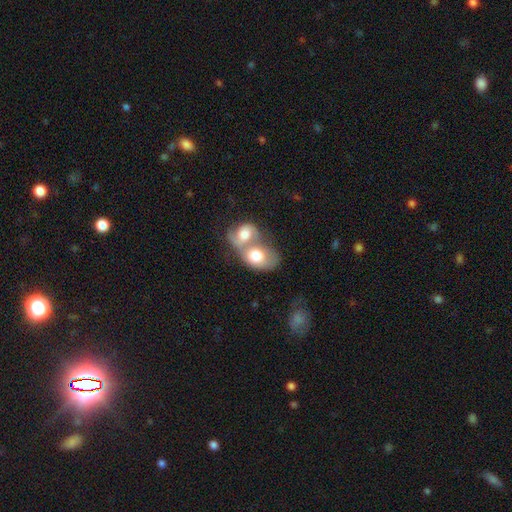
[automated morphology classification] A smooth galaxy with no disk features (63%) that is in between round and cigar-shaped (73%). Merging: merger (79%).